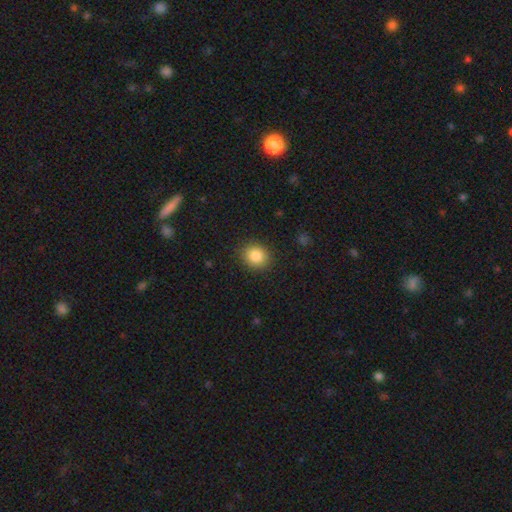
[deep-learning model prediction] Smooth or featured? smooth (85%)
How rounded? round (75%)
Merging? none (89%)